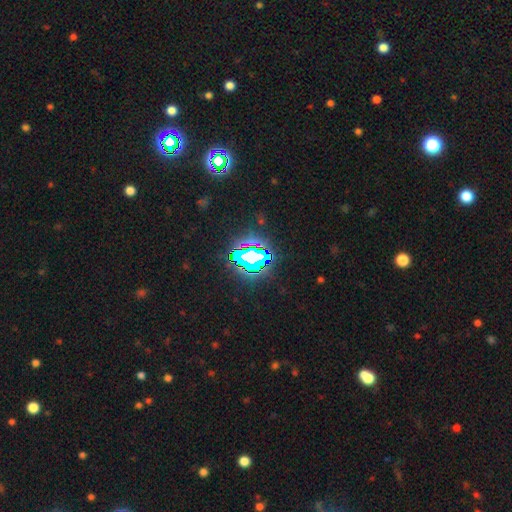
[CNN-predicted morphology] The model was most divided on "smooth or featured": star or artifact: 74%, smooth: 14%, featured or disk: 12%.